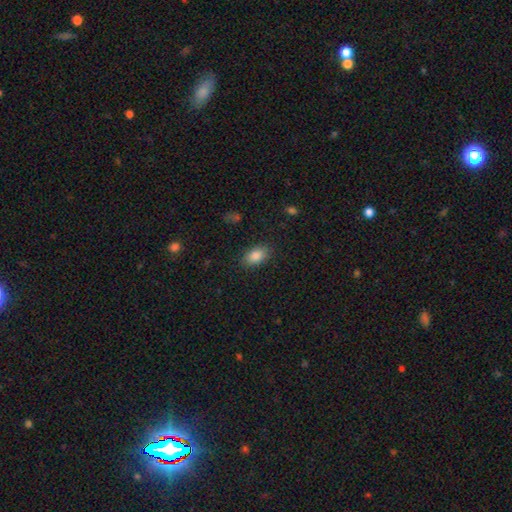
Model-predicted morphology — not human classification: This appears to be a smooth galaxy with no disk features (86%) that is in between round and cigar-shaped (89%). Merging: none (86%).